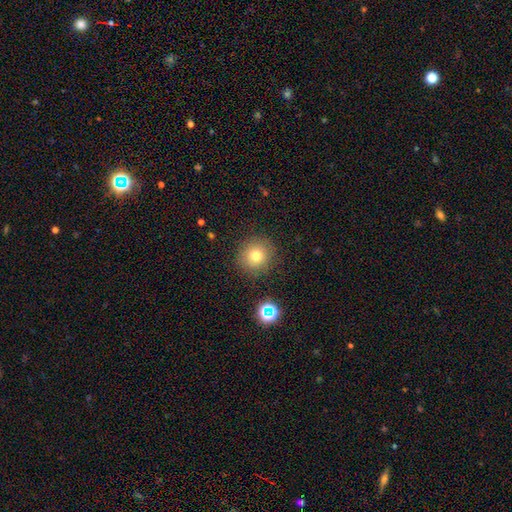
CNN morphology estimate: smooth 77%, star or artifact 14%, featured or disk 9%. Down the decision tree: how rounded — round (92%); merging — none (87%).